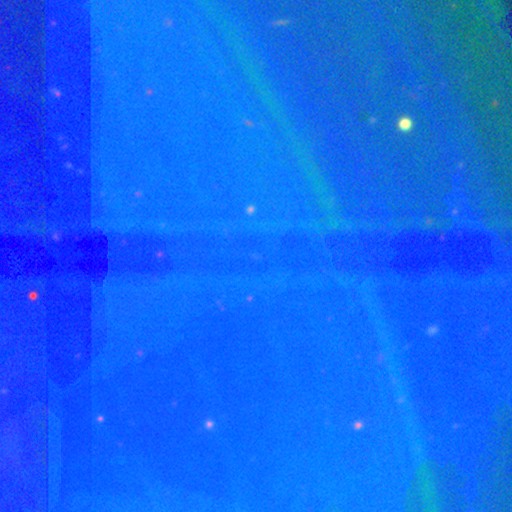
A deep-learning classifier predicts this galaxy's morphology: Smooth or featured: star or artifact — 83% (smooth — 9%)